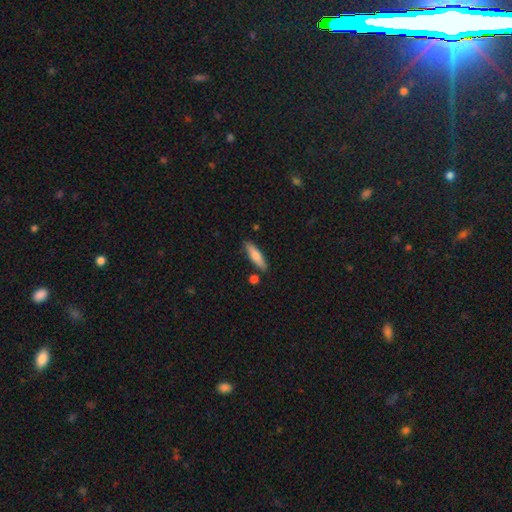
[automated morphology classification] A smooth galaxy with no disk features (74%) that is cigar-shaped (71%).

Vote fractions:
- Smooth or featured? smooth: 74% / featured or disk: 20% / star or artifact: 6%
- How rounded? cigar-shaped: 71% / in between: 27% / round: 2%
- Merging? none: 82% / minor disturbance: 12% / merger: 4% / major disturbance: 2%